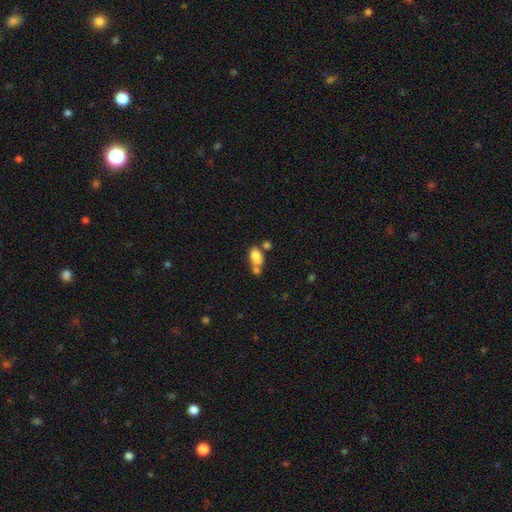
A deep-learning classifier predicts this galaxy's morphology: type=smooth (75%); roundness=in between (83%); merging=merger (48%).